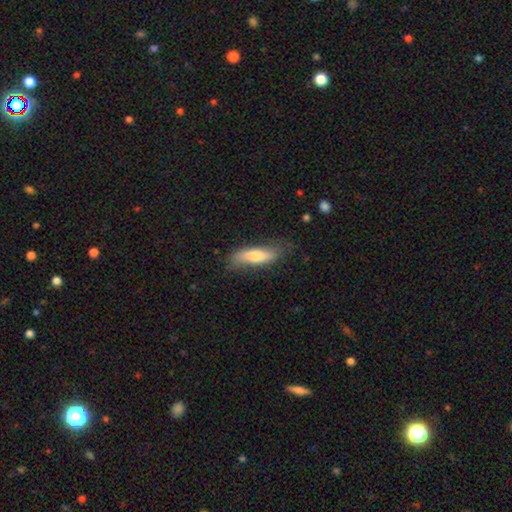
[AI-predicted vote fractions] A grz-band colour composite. It shows a smooth galaxy with no disk features (67%) that is cigar-shaped (58%). Merging: none (68%).